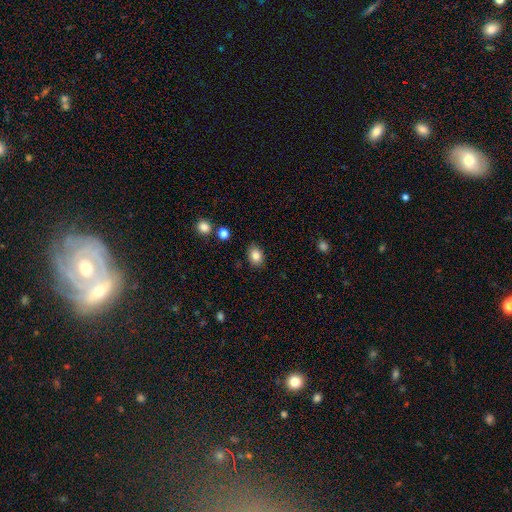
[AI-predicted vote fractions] smooth 84%, star or artifact 10%, featured or disk 7%. Down the decision tree: how rounded — in between (66%); merging — none (86%).